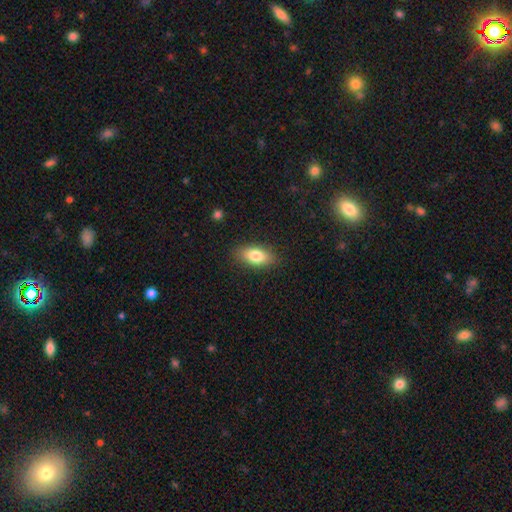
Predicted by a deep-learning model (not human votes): Q: Smooth or featured?
A: smooth (79%); runner-up: featured or disk (13%)
Q: How rounded?
A: in between (85%); runner-up: cigar-shaped (10%)
Q: Merging?
A: none (86%); runner-up: minor disturbance (10%)